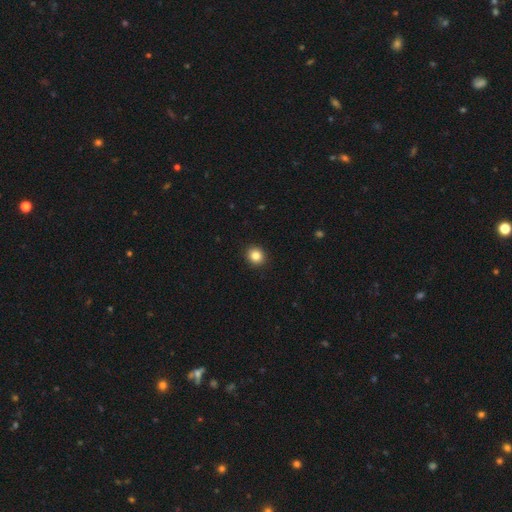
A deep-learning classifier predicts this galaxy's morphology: type=smooth (85%); roundness=round (85%); merging=none (93%).